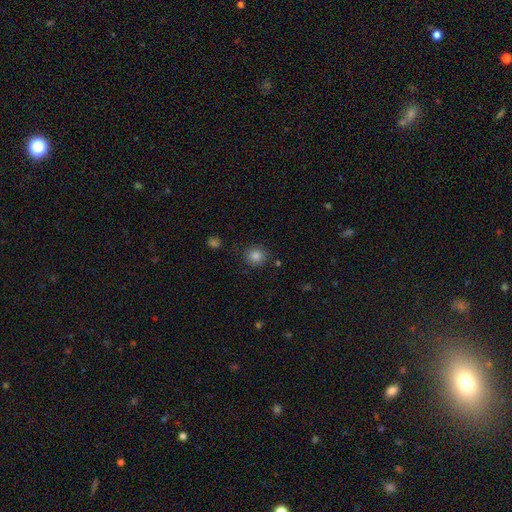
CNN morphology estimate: smooth_or_featured: smooth (p=0.84) [alt: star or artifact p=0.11]
how_rounded: round (p=0.84) [alt: in between p=0.15]
merging: none (p=0.84) [alt: minor disturbance p=0.11]